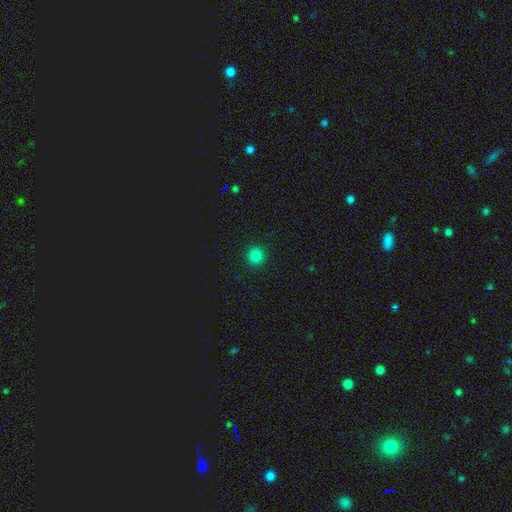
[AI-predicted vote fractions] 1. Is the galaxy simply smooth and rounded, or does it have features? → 83% smooth, 13% star or artifact, 4% featured or disk.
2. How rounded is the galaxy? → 95% round, 4% in between, 1% cigar-shaped.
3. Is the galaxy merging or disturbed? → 93% none, 5% minor disturbance, 2% major disturbance, 1% merger.